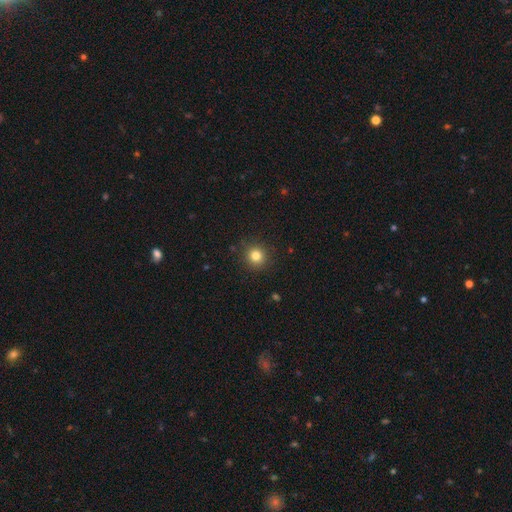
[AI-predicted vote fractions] This is clearly a smooth galaxy (81%). How rounded: clearly round (92%). Merging: clearly none (90%).